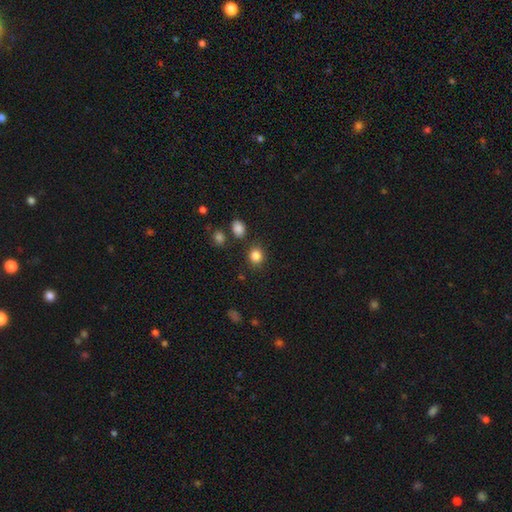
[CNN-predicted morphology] type=smooth (84%); roundness=round (80%); merging=none (84%).